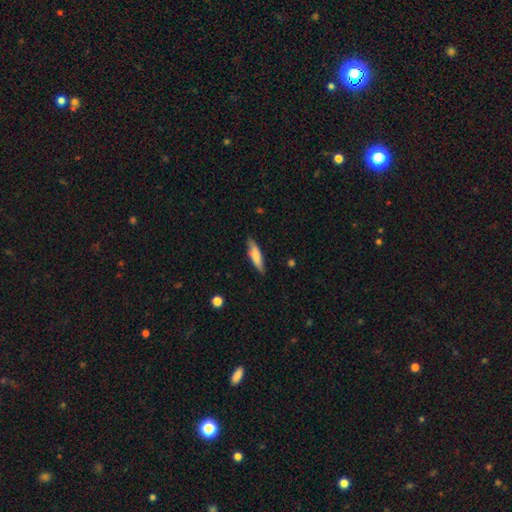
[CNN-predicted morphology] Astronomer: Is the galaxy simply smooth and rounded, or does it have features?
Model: smooth — 72%.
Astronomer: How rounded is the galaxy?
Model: cigar-shaped — 66%.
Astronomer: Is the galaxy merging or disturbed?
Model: none — 79%.